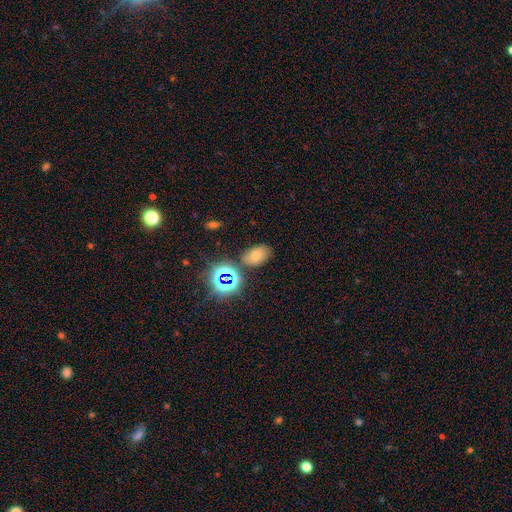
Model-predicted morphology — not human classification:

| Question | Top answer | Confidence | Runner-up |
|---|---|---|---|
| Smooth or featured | smooth | 64% | star or artifact (24%) |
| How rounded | in between | 86% | round (12%) |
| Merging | none | 76% | minor disturbance (14%) |